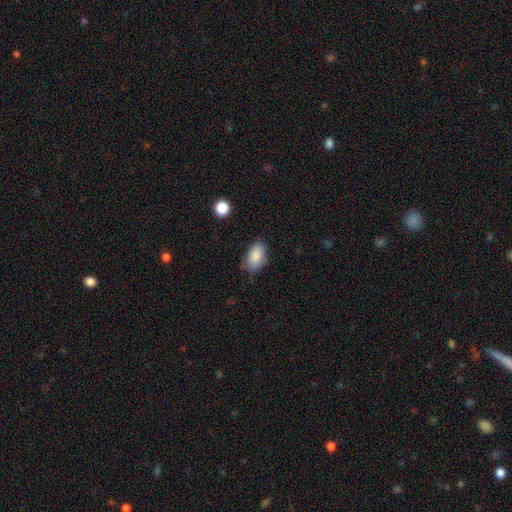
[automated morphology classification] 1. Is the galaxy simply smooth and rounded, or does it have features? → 88% smooth, 8% star or artifact, 5% featured or disk.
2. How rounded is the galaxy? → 92% in between, 6% round, 2% cigar-shaped.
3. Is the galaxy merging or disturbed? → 75% none, 20% minor disturbance, 4% major disturbance, 2% merger.